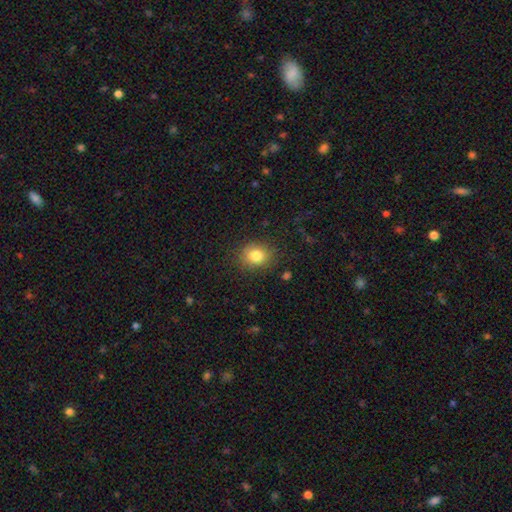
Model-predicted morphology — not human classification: This appears to be a smooth galaxy with no disk features (82%) that is round (61%). Merging: none (85%).